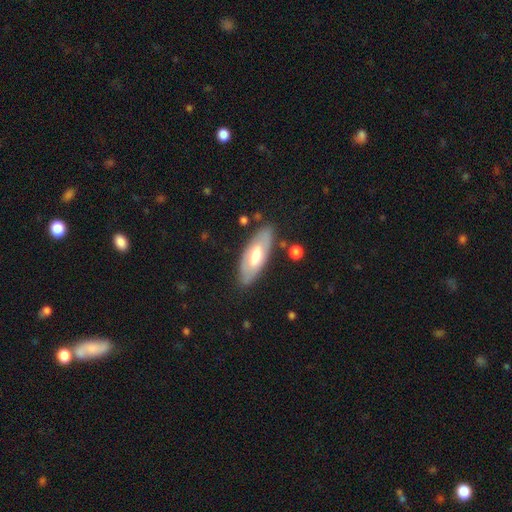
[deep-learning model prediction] Q: Smooth or featured?
A: smooth (50%); runner-up: featured or disk (45%)
Q: Merging?
A: none (82%); runner-up: minor disturbance (13%)